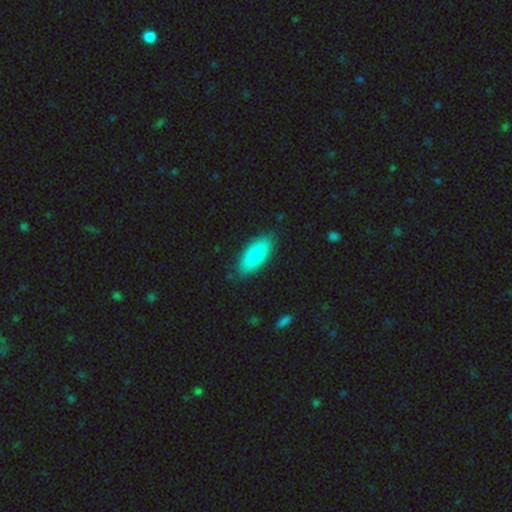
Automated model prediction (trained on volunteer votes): Smooth or featured?
  - smooth: 79% *
  - featured or disk: 16%
  - star or artifact: 6%
How rounded?
  - in between: 83% *
  - cigar-shaped: 15%
  - round: 2%
Merging?
  - none: 86% *
  - minor disturbance: 11%
  - major disturbance: 2%
  - merger: 1%